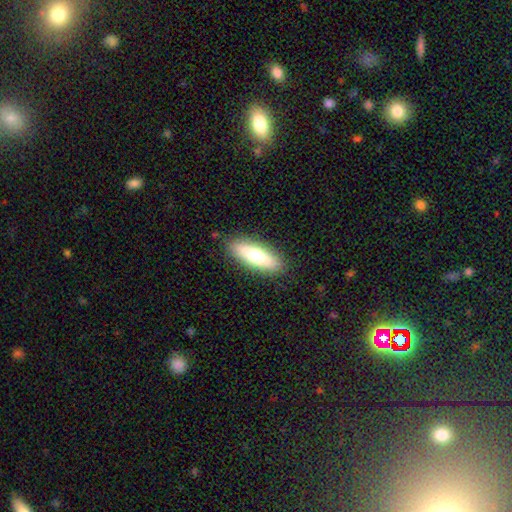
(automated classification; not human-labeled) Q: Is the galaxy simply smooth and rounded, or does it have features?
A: smooth — 65%.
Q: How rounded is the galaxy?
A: in between — 52%.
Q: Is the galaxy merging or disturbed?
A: none — 87%.